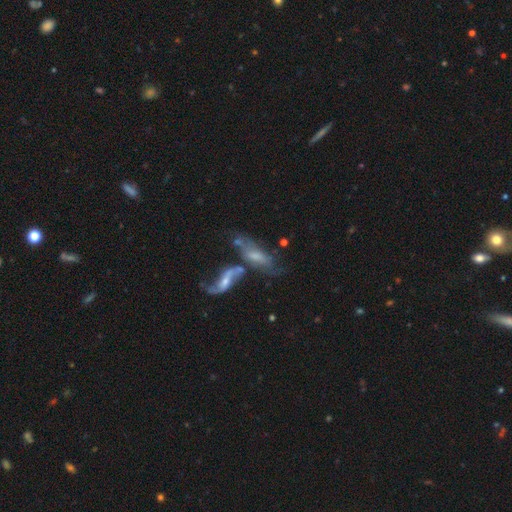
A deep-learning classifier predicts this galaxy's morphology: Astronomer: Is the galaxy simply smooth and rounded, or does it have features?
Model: featured or disk — 57% (runner-up: smooth, 33%).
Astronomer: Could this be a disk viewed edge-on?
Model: no — 79%.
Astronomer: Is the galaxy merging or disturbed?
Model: merger — 46% (runner-up: none, 24%).